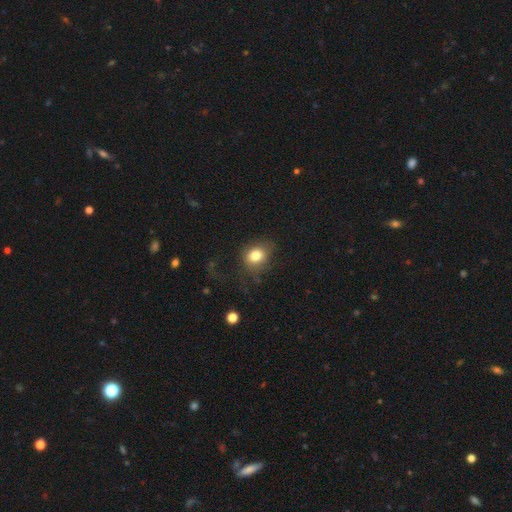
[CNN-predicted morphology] Smooth or featured?
  - smooth: 80% *
  - star or artifact: 10%
  - featured or disk: 9%
How rounded?
  - round: 57% *
  - in between: 42%
  - cigar-shaped: 1%
Merging?
  - none: 62% *
  - minor disturbance: 20%
  - major disturbance: 17%
  - merger: 2%